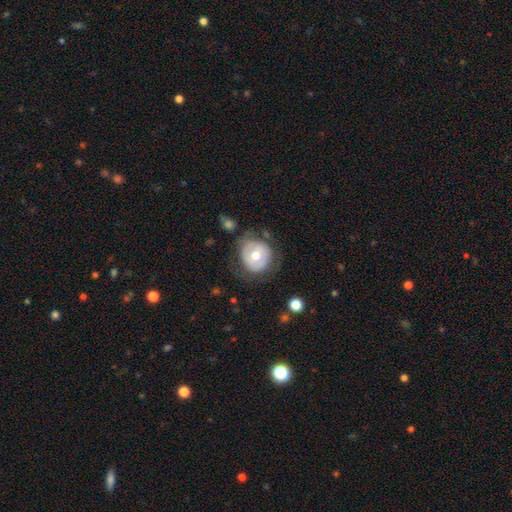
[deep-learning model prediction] smooth 55%, featured or disk 37%, star or artifact 7%. Down the decision tree: how rounded — round (80%); merging — none (60%).